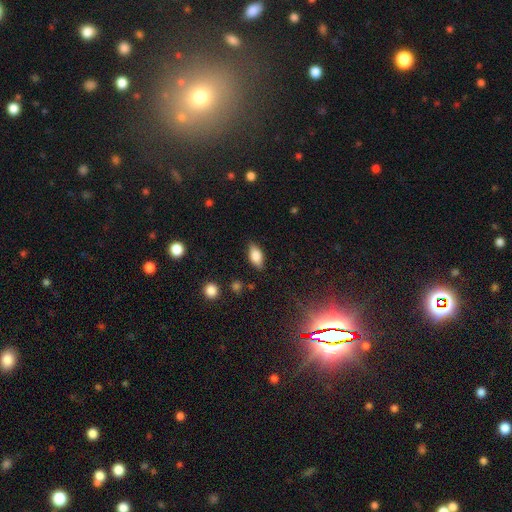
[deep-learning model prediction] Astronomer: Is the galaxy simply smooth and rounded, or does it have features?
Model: smooth — 80%.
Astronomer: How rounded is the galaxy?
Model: in between — 88%.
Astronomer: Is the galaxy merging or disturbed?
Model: none — 83%.